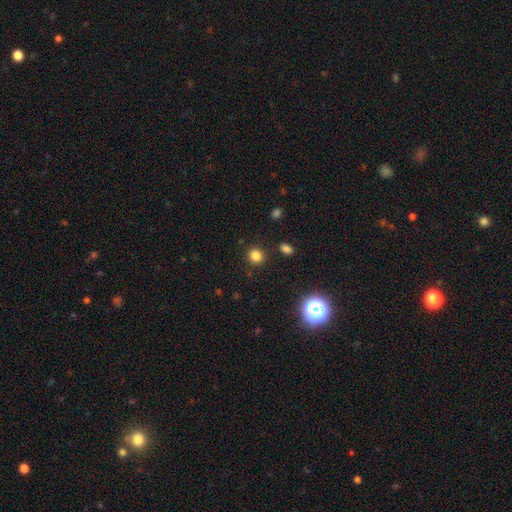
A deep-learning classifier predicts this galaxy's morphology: Smooth or featured?
  - smooth: 82% *
  - star or artifact: 14%
  - featured or disk: 4%
How rounded?
  - round: 84% *
  - in between: 15%
  - cigar-shaped: 1%
Merging?
  - none: 88% *
  - minor disturbance: 7%
  - major disturbance: 3%
  - merger: 2%